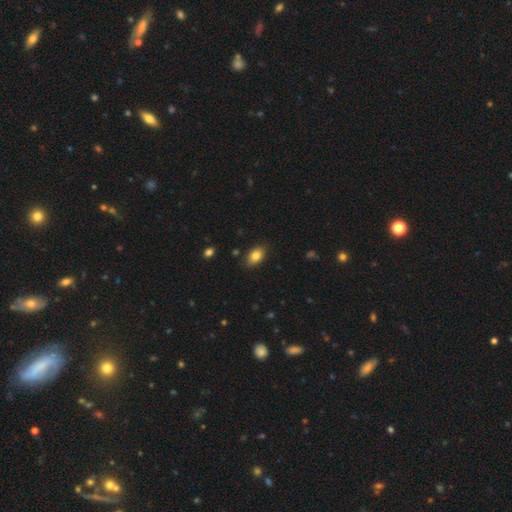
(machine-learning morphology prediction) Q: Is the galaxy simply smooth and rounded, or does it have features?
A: smooth — 84%.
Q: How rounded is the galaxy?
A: in between — 87%.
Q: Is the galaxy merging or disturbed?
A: none — 85%.